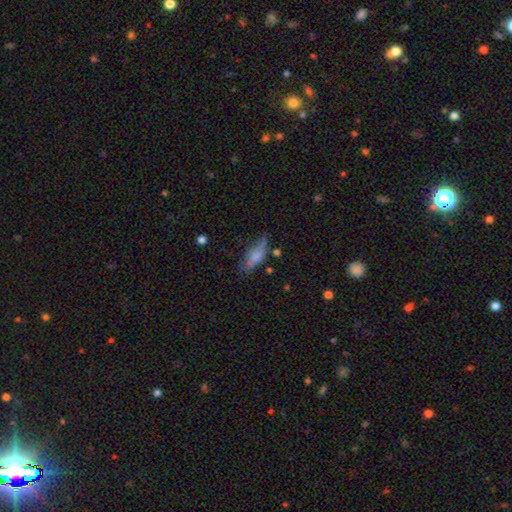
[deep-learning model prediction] smooth 68%, featured or disk 24%, star or artifact 8%. Down the decision tree: how rounded — in between (61%); merging — none (53%).